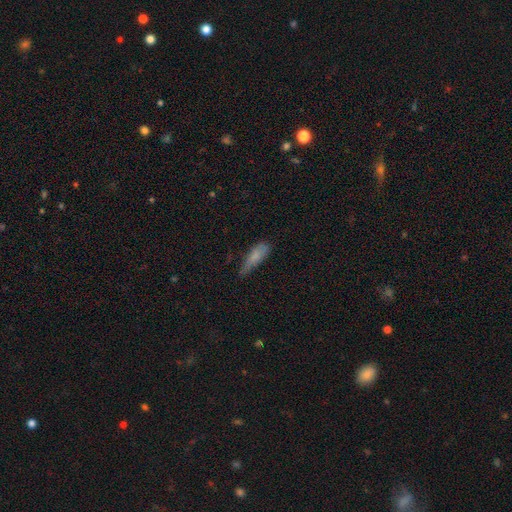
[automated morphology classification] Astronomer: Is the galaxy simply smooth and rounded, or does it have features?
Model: smooth — 75%.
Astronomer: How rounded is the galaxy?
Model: cigar-shaped — 50% (runner-up: in between, 48%).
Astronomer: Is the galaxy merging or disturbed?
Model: none — 41%, tied with minor disturbance at 41%.